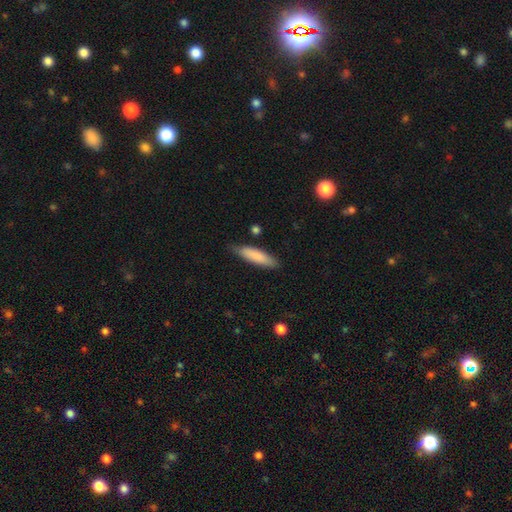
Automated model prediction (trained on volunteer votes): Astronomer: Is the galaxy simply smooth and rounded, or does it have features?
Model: smooth — 82%.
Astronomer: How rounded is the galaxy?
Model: cigar-shaped — 71%.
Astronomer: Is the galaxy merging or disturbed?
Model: none — 78%.